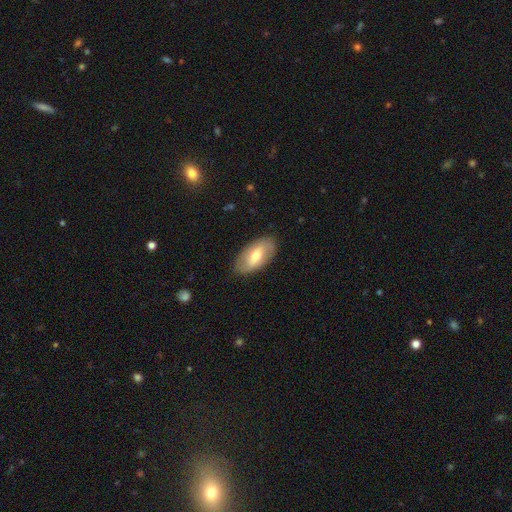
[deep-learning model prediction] A smooth galaxy with no disk features (54%) that is in between round and cigar-shaped (92%). Merging: none (85%).